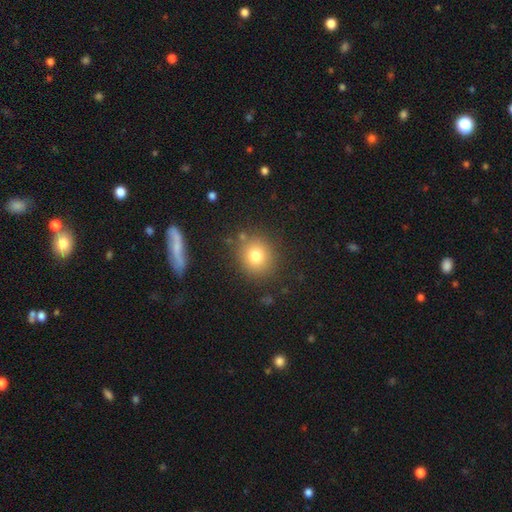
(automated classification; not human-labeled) A smooth galaxy with no disk features (77%) that is round (85%). Merging: none (83%).